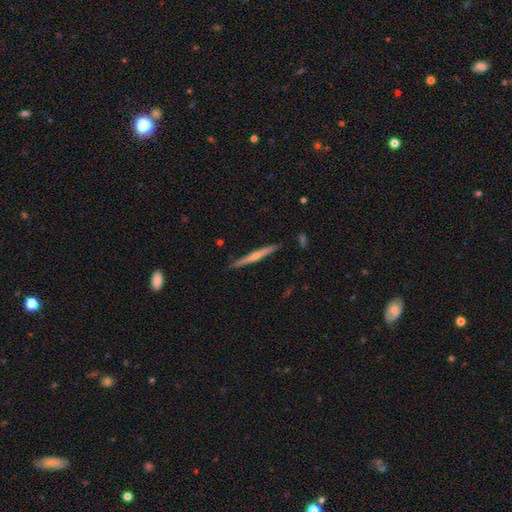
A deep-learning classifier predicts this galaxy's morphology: This is possibly a featured or disk galaxy (59%). It is clearly viewed edge-on (97%). Edge-on bulge: likely rounded (66%). Merging: clearly none (89%).